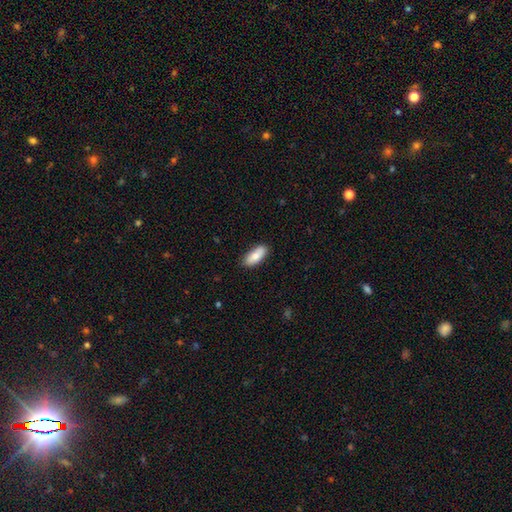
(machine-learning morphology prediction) Smooth or featured? smooth (80%)
How rounded? in between (81%)
Merging? none (85%)